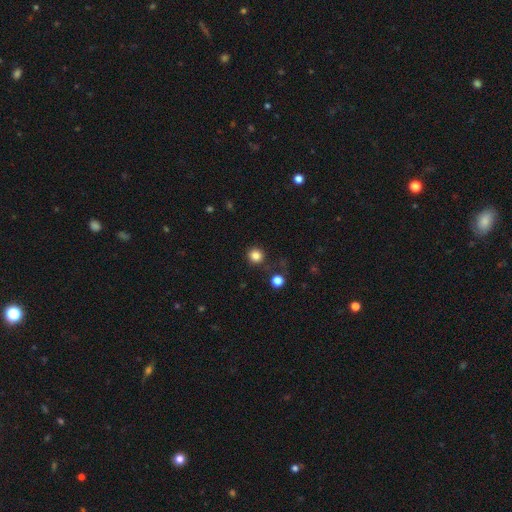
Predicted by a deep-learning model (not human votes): Smooth or featured?
  - smooth: 83% *
  - star or artifact: 12%
  - featured or disk: 4%
How rounded?
  - round: 93% *
  - in between: 6%
  - cigar-shaped: 1%
Merging?
  - none: 85% *
  - minor disturbance: 8%
  - merger: 3%
  - major disturbance: 3%